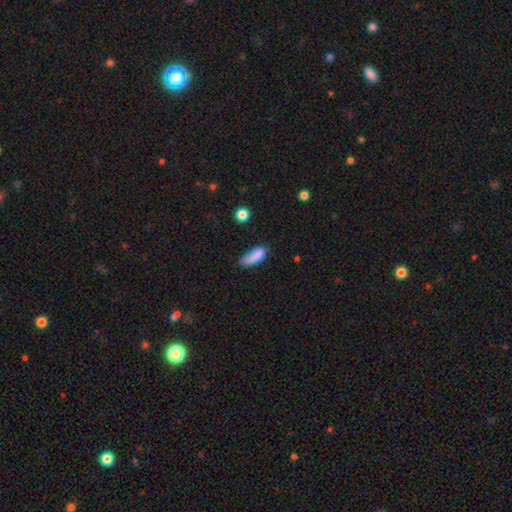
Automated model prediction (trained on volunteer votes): Q: Smooth or featured?
A: smooth (83%); runner-up: featured or disk (8%)
Q: How rounded?
A: in between (67%); runner-up: cigar-shaped (31%)
Q: Merging?
A: none (48%); runner-up: minor disturbance (35%)